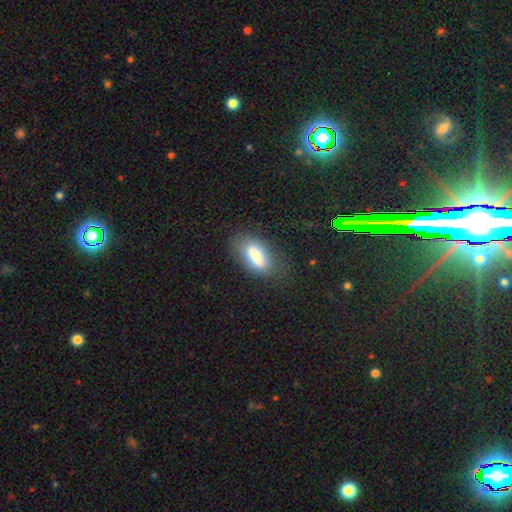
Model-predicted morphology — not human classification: Smooth or featured? Predicted: smooth (p=0.77). How rounded? Predicted: in between (p=0.82). Merging? Predicted: none (p=0.65).